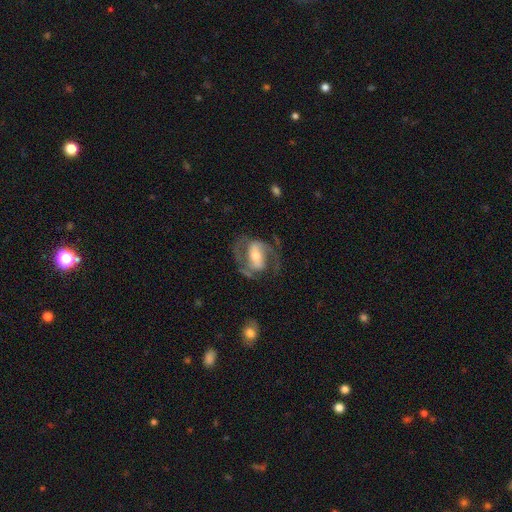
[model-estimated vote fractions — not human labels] Smooth or featured: featured or disk — 82% (smooth — 12%)
Edge-on disk: no — 96% (yes — 4%)
Bar: strong — 50% (weak — 31%)
Spiral arms: yes — 89% (no — 11%)
Spiral winding: medium — 56% (tight — 26%)
Spiral arm count: 2 — 88% (can't tell — 5%)
Bulge size: moderate — 53% (small — 34%)
Merging: none — 68% (major disturbance — 15%)